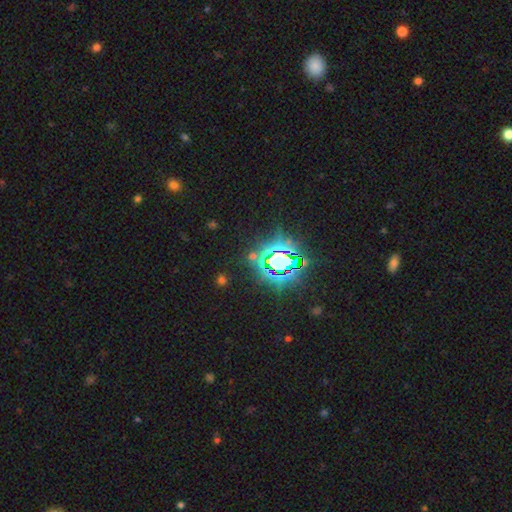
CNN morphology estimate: star or artifact 81%, smooth 11%, featured or disk 8%.